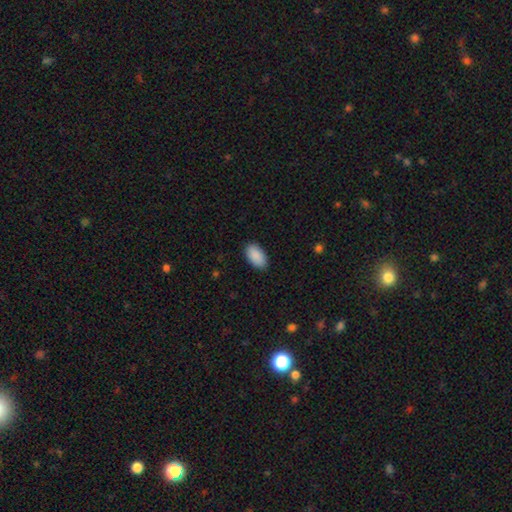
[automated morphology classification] Smooth or featured: smooth — 91% (star or artifact — 6%)
How rounded: in between — 95% (round — 3%)
Merging: none — 88% (minor disturbance — 9%)